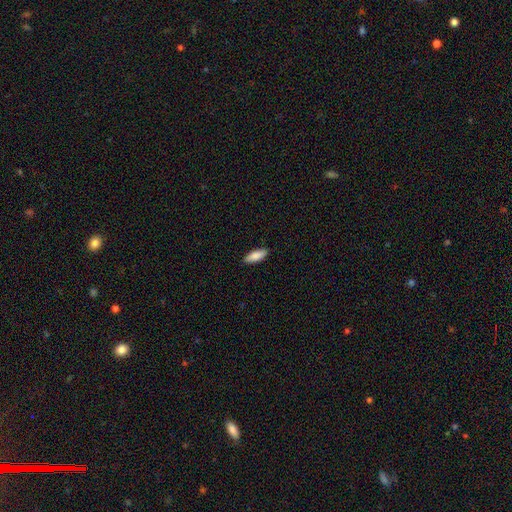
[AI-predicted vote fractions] Smooth or featured? Predicted: smooth (p=0.88). How rounded? Predicted: in between (p=0.70). Merging? Predicted: none (p=0.88).